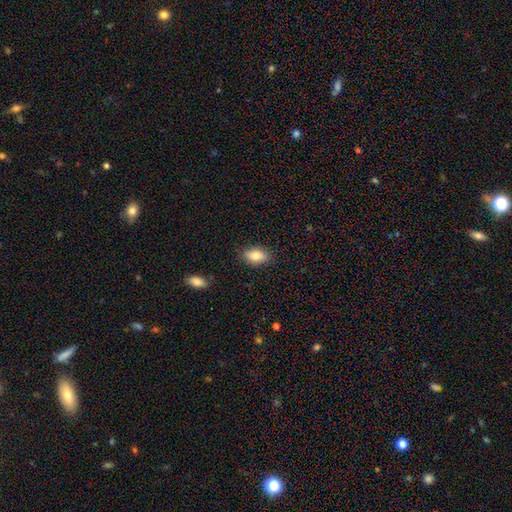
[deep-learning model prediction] This is likely a smooth galaxy (80%). How rounded: clearly in between (86%). Merging: clearly none (85%).